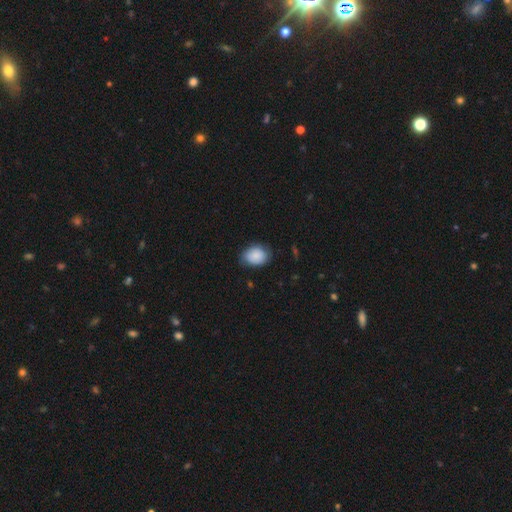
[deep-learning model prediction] Morphology: type=smooth (87%); roundness=in between (66%); merging=none (71%).